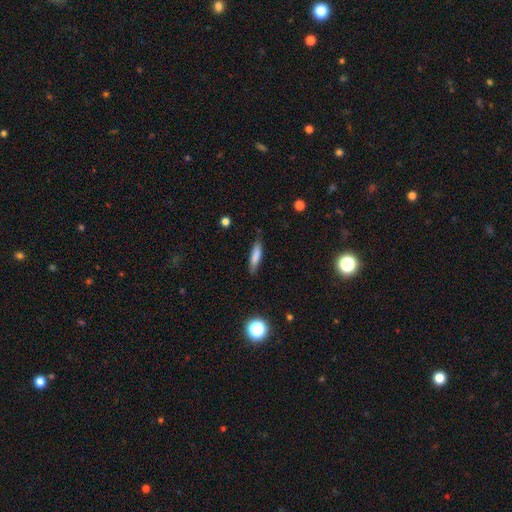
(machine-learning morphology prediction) smooth 78%, featured or disk 14%, star or artifact 8%. Down the decision tree: how rounded — cigar-shaped (75%); merging — none (80%).